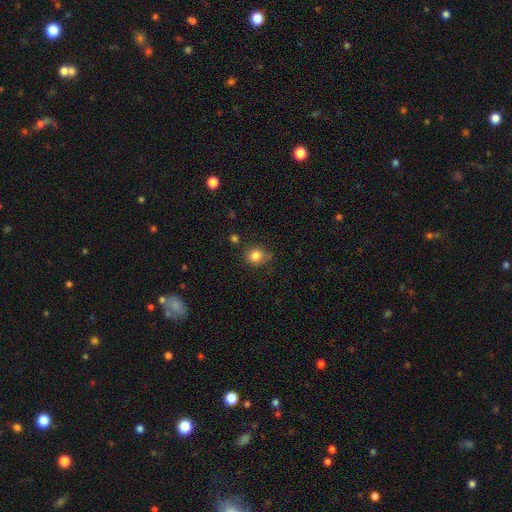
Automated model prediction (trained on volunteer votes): The model was most divided on "merging": none: 72%, minor disturbance: 19%, major disturbance: 5%, merger: 4%. More confident: smooth or featured — smooth (84%); how rounded — round (81%).